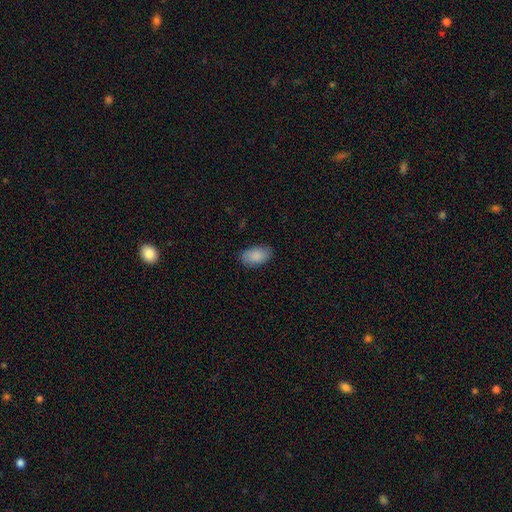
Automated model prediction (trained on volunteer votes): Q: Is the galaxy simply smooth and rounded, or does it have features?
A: smooth — 88%.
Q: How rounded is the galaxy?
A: in between — 93%.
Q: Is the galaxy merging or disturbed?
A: none — 84%.